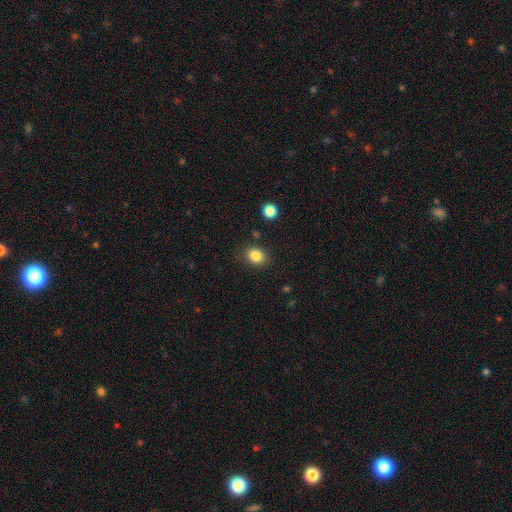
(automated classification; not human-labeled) This appears to be a smooth galaxy with no disk features (84%) that is round (57%). Merging: none (85%).